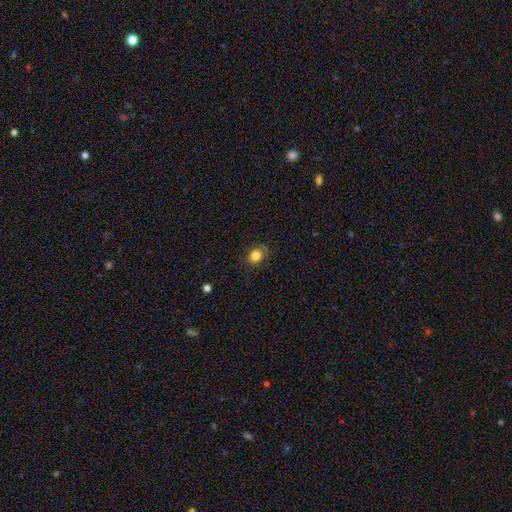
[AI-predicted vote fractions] Smooth or featured? Predicted: smooth (p=0.82). How rounded? Predicted: round (p=0.77). Merging? Predicted: none (p=0.83).